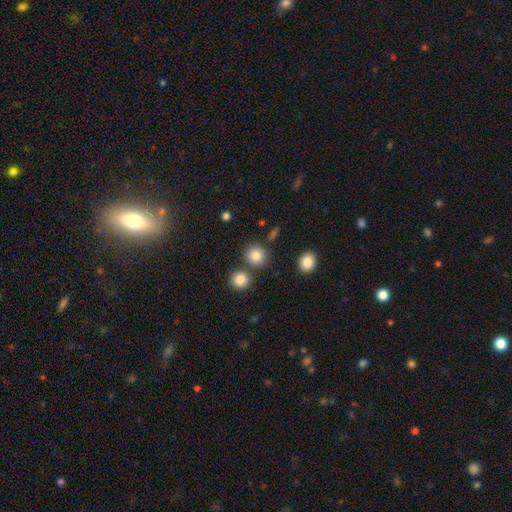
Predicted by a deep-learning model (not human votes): smooth_or_featured: smooth (p=0.84) [alt: star or artifact p=0.11]
how_rounded: round (p=0.90) [alt: in between p=0.09]
merging: none (p=0.78) [alt: merger p=0.12]